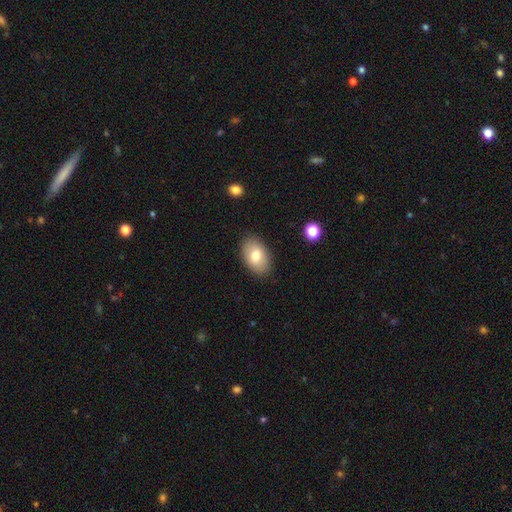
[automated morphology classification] A smooth galaxy with no disk features (77%) that is in between round and cigar-shaped (90%). Merging: none (87%).